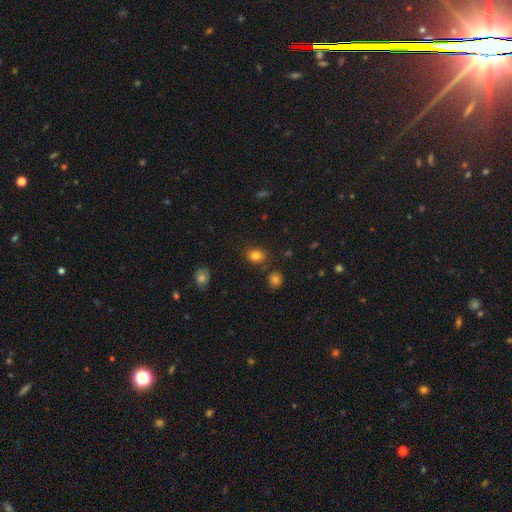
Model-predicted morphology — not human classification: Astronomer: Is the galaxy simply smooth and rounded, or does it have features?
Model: smooth — 82%.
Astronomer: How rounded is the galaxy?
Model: round — 50% (runner-up: in between, 49%).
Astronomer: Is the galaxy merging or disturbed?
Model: none — 82%.